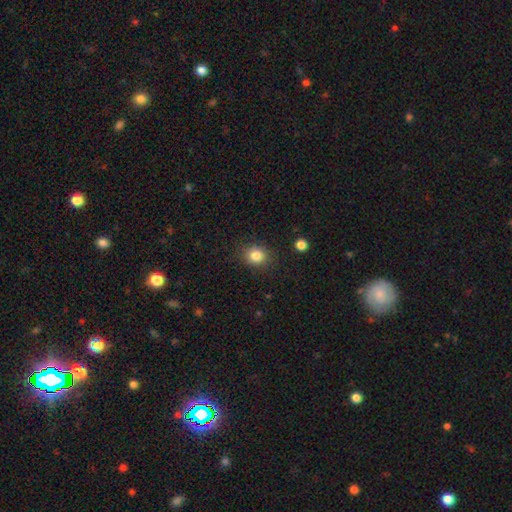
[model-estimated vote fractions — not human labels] Overall: smooth (83%). How rounded: round (74%). Merging: none (88%).